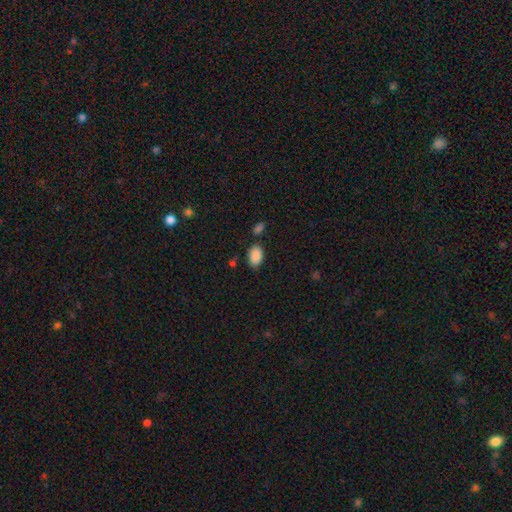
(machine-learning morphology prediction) Overall: smooth (89%). How rounded: in between (91%). Merging: none (78%).